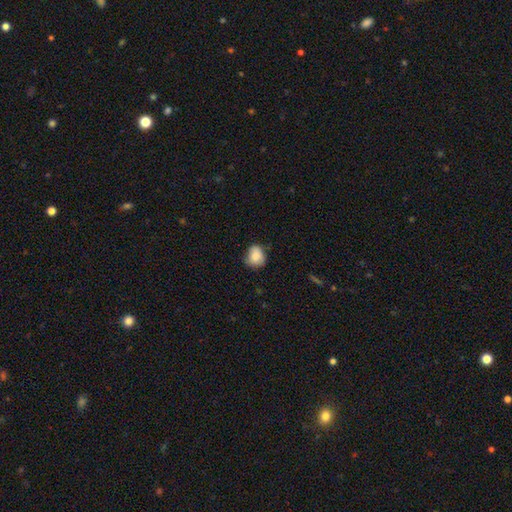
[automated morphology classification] A smooth galaxy with no disk features (84%) that is round (63%). Merging: none (62%).